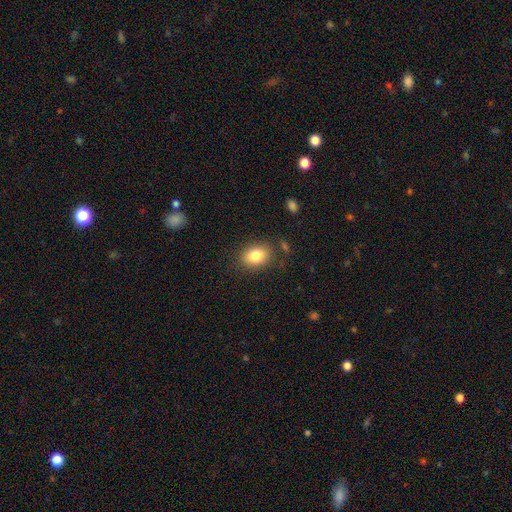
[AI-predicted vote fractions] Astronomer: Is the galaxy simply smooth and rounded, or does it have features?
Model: smooth — 82%.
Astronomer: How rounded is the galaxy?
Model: in between — 73%.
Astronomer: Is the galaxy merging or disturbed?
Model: none — 82%.